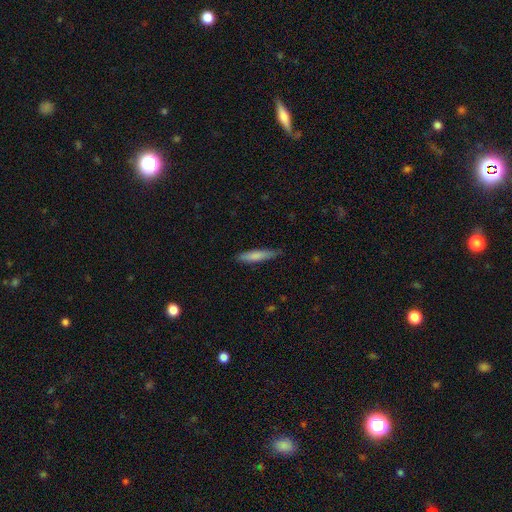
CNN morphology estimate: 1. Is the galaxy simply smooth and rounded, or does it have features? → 77% smooth, 17% featured or disk, 6% star or artifact.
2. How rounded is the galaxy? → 85% cigar-shaped, 14% in between, 1% round.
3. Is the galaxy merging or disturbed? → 79% none, 17% minor disturbance, 3% major disturbance, 1% merger.